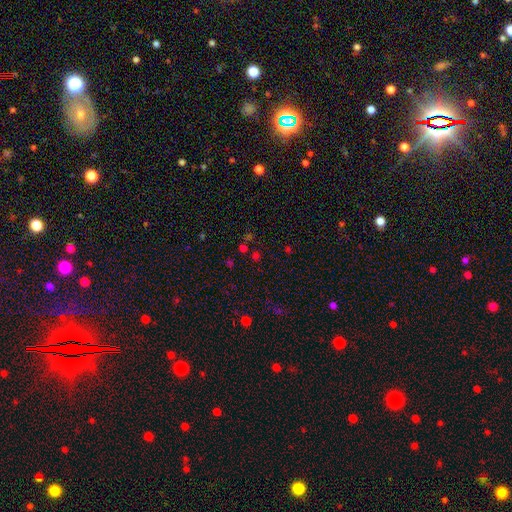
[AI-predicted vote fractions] Smooth or featured?
  - star or artifact: 48% *
  - smooth: 45%
  - featured or disk: 7%